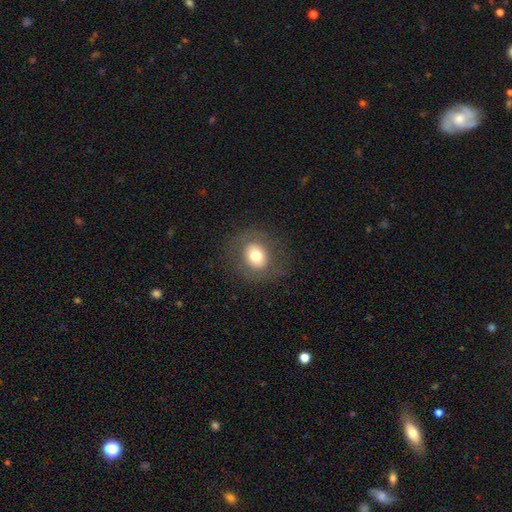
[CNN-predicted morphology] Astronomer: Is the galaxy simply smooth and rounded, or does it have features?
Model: smooth — 71%.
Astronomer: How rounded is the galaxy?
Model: round — 71%.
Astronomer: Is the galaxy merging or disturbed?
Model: none — 82%.